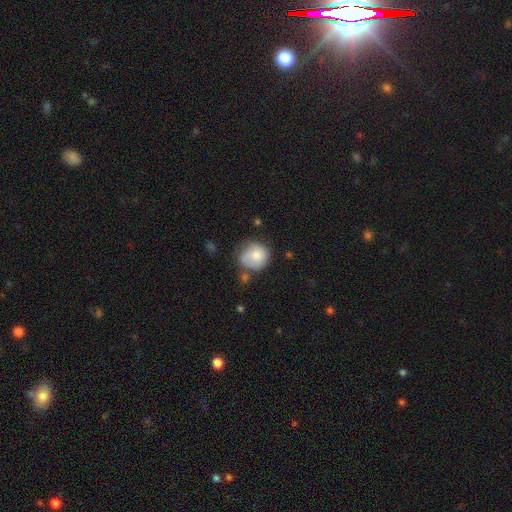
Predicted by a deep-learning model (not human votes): Smooth or featured? Predicted: smooth (p=0.73). How rounded? Predicted: round (p=0.80). Merging? Predicted: none (p=0.54).